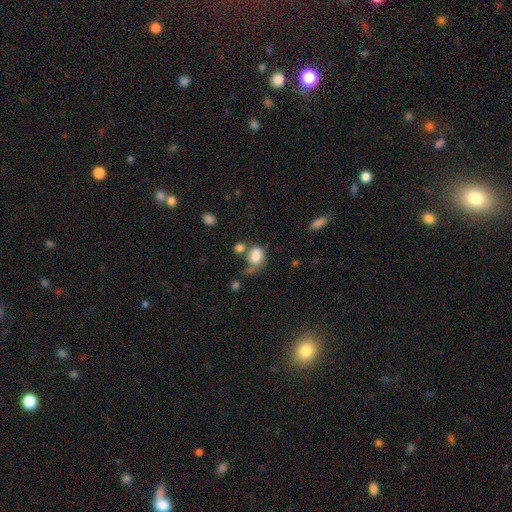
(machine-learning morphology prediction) Smooth or featured? smooth (81%)
How rounded? in between (64%)
Merging? none (32%)